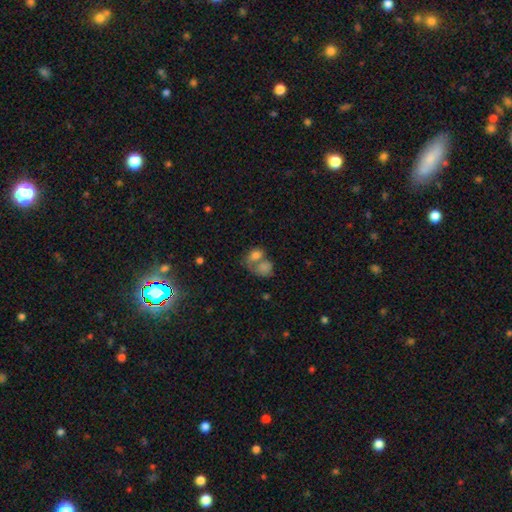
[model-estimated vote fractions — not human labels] smooth-or-featured: smooth: 72% | featured or disk: 18% | star or artifact: 10%
  how-rounded: in between: 62% | round: 37% | cigar-shaped: 1%
  merging: merger: 65% | none: 19% | major disturbance: 9% | minor disturbance: 8%